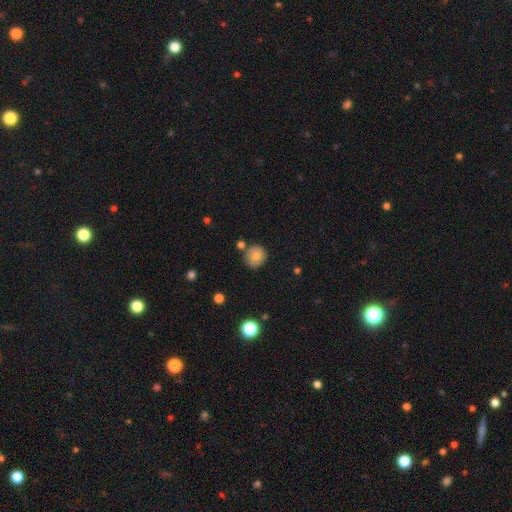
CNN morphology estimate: smooth-or-featured: smooth: 71% | featured or disk: 20% | star or artifact: 9%
  how-rounded: round: 89% | in between: 10% | cigar-shaped: 1%
  merging: none: 78% | minor disturbance: 13% | merger: 7% | major disturbance: 3%